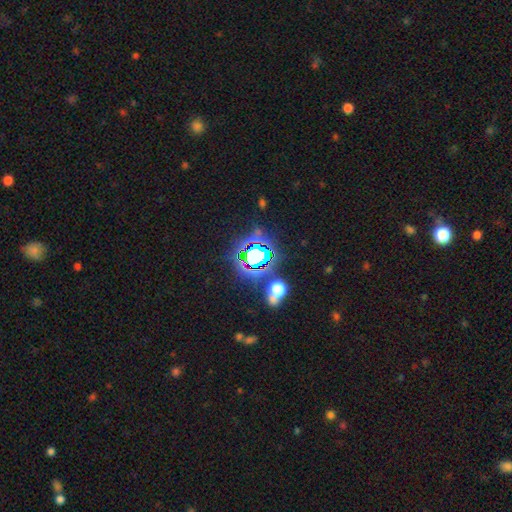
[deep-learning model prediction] The model was most divided on "smooth or featured": star or artifact: 71%, smooth: 17%, featured or disk: 12%.